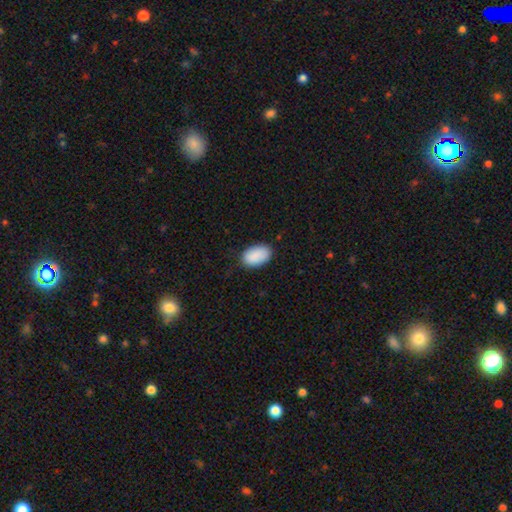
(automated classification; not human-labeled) This is clearly a smooth galaxy (90%). How rounded: clearly in between (94%). Merging: clearly none (83%).